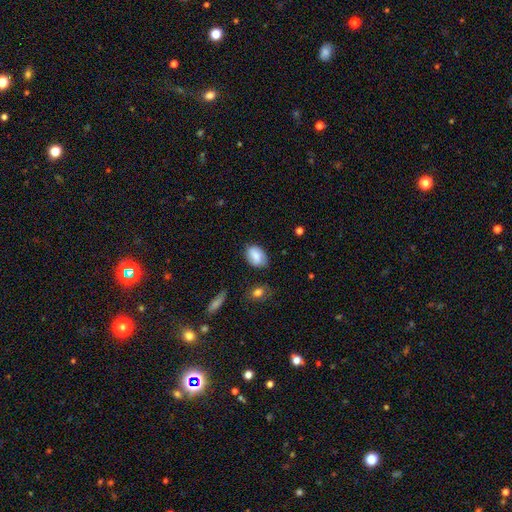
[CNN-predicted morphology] Q: Smooth or featured?
A: smooth (78%); runner-up: featured or disk (14%)
Q: How rounded?
A: in between (84%); runner-up: round (14%)
Q: Merging?
A: none (74%); runner-up: minor disturbance (19%)